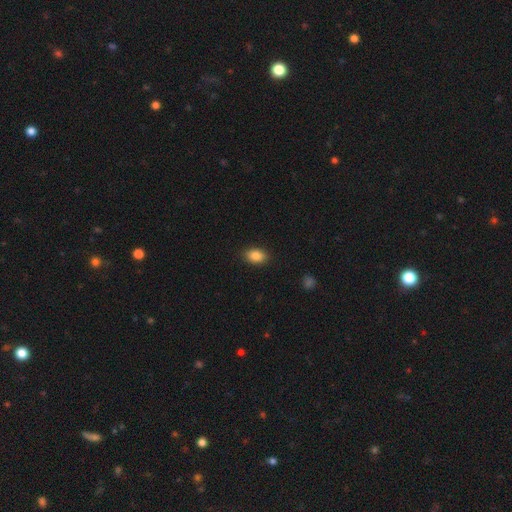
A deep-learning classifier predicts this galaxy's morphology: A smooth galaxy with no disk features (87%) that is in between round and cigar-shaped (83%). Merging: none (88%).